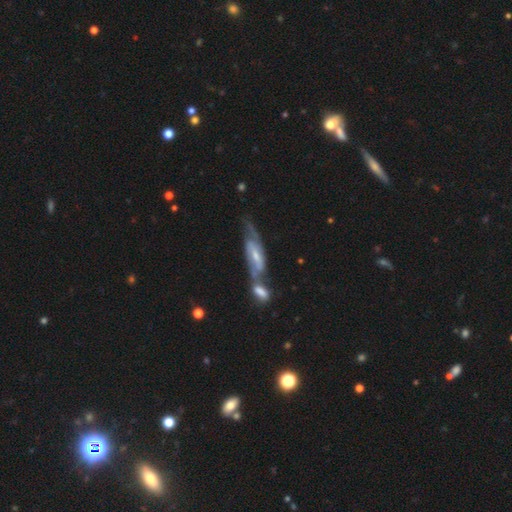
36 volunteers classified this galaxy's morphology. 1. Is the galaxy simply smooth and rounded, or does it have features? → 81% featured or disk, 17% smooth, 3% star or artifact.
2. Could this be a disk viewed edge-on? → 86% no, 14% yes.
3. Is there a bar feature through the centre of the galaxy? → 44% weak, 32% strong, 24% no.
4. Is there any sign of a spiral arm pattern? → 88% yes, 12% no.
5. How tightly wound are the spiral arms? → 50% medium, 36% tight, 14% loose.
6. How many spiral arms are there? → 86% 2, 9% can't tell, 5% 4, 0% 1, 0% 3, 0% more than 4.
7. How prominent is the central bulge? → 44% small, 40% moderate, 16% none, 0% dominant, 0% large.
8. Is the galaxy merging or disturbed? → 51% merger, 26% minor disturbance, 23% none, 0% major disturbance.